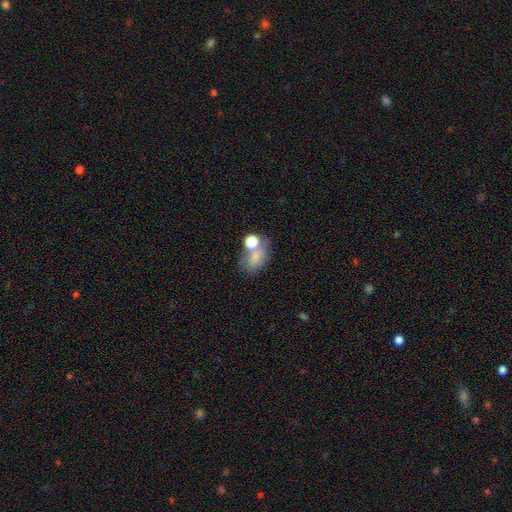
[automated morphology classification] Smooth or featured: smooth — 69% (featured or disk — 17%)
How rounded: in between — 72% (round — 26%)
Merging: none — 39% (merger — 33%)